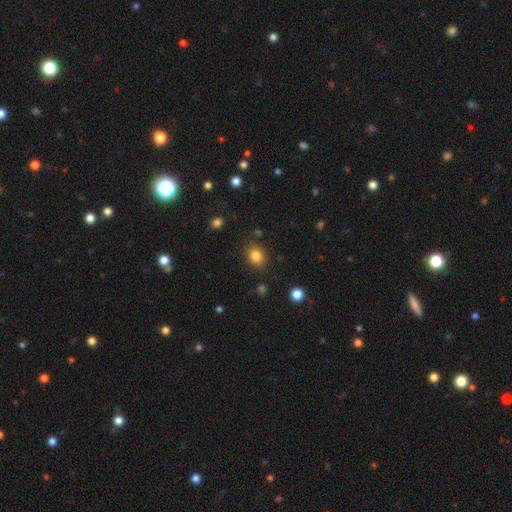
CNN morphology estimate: Overall: smooth (84%). How rounded: round (51%; in between 48%). Merging: none (83%).